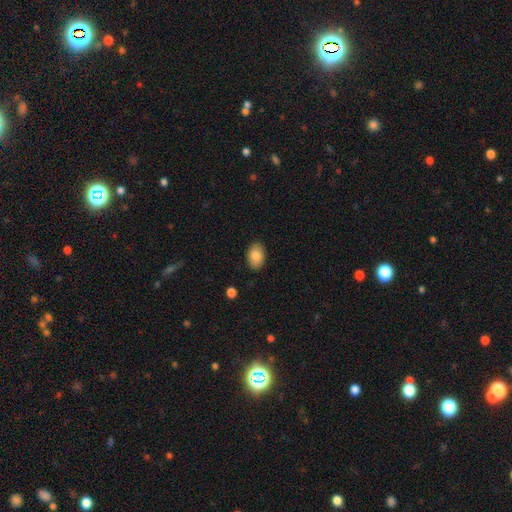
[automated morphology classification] Q: Smooth or featured?
A: smooth (85%); runner-up: featured or disk (8%)
Q: How rounded?
A: in between (87%); runner-up: round (11%)
Q: Merging?
A: none (88%); runner-up: minor disturbance (9%)